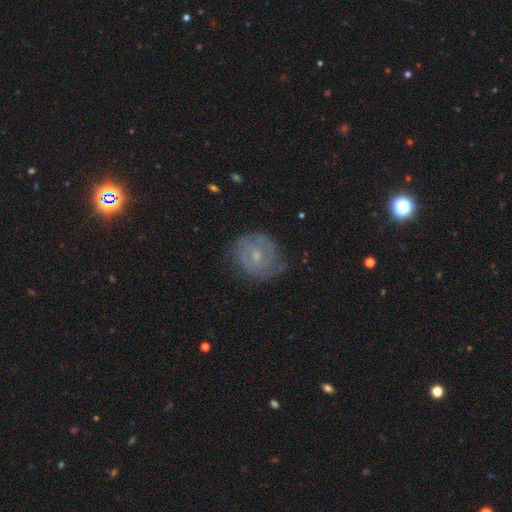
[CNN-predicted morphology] A featured or disk galaxy (78%) with no bar (51%), 2 (54%) tight (65%) spiral arms (92%) and a small central bulge (59%).

Vote fractions:
- Smooth or featured? featured or disk: 78% / smooth: 15% / star or artifact: 7%
- Edge-on disk? no: 98% / yes: 2%
- Bar? no: 51% / weak: 41% / strong: 7%
- Spiral arms? yes: 92% / no: 8%
- Spiral winding? tight: 65% / medium: 28% / loose: 6%
- Spiral arm count? 2: 54% / can't tell: 24% / 3: 12% / 1: 4% / 4: 4% / more than 4: 3%
- Bulge size? small: 59% / moderate: 33% / none: 5% / large: 1% / dominant: 1%
- Merging? none: 74% / minor disturbance: 18% / major disturbance: 6% / merger: 1%